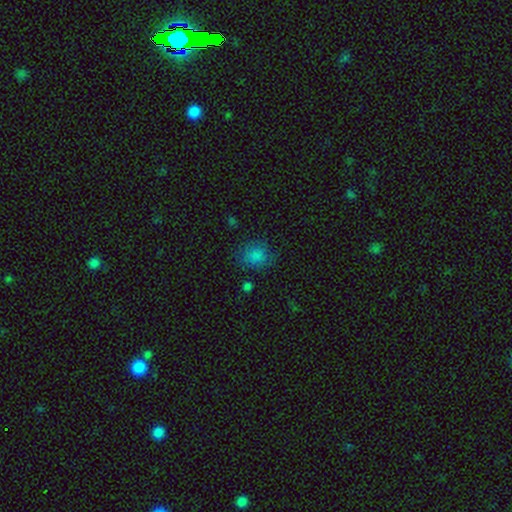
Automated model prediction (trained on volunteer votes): smooth-or-featured: smooth: 82% | star or artifact: 13% | featured or disk: 6%
  how-rounded: round: 70% | in between: 29% | cigar-shaped: 1%
  merging: none: 76% | minor disturbance: 17% | major disturbance: 6% | merger: 2%